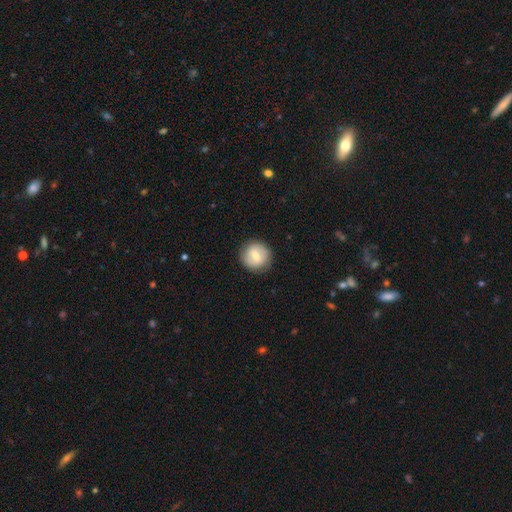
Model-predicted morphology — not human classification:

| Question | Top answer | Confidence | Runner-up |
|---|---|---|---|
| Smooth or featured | smooth | 59% | featured or disk (34%) |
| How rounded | round | 91% | in between (8%) |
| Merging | none | 87% | minor disturbance (9%) |